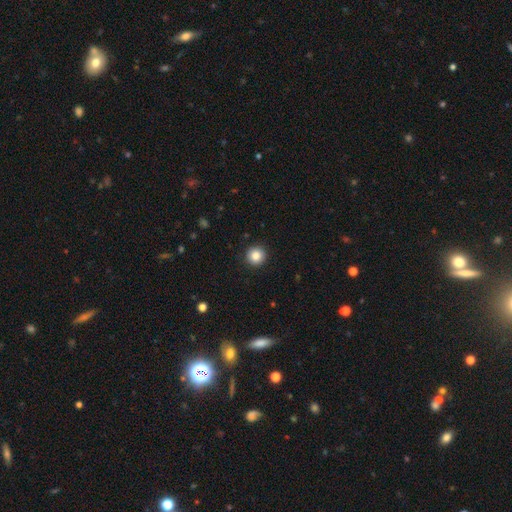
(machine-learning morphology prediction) This is clearly a smooth galaxy (85%). How rounded: clearly round (96%). Merging: clearly none (93%).